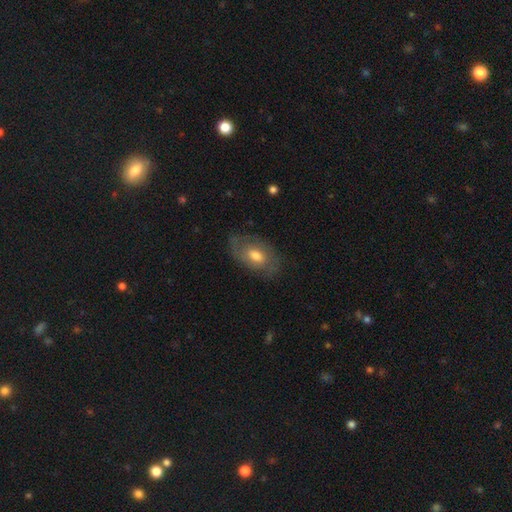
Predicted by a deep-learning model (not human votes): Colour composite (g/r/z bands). It shows a smooth galaxy with no disk features (48%). Merging: none (73%).